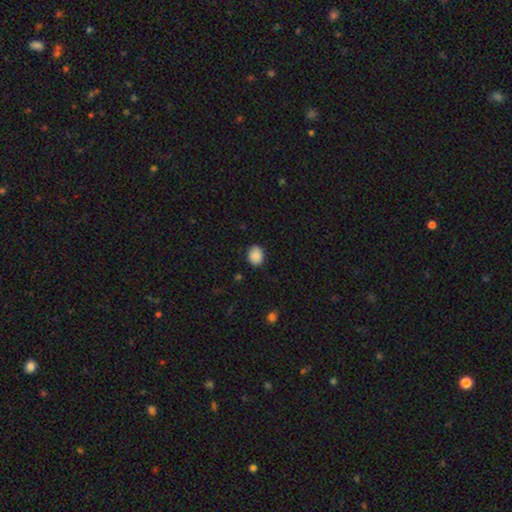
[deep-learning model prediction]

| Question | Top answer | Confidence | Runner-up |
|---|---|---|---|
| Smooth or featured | smooth | 87% | star or artifact (8%) |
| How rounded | in between | 50% | round (49%) |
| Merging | none | 80% | minor disturbance (16%) |